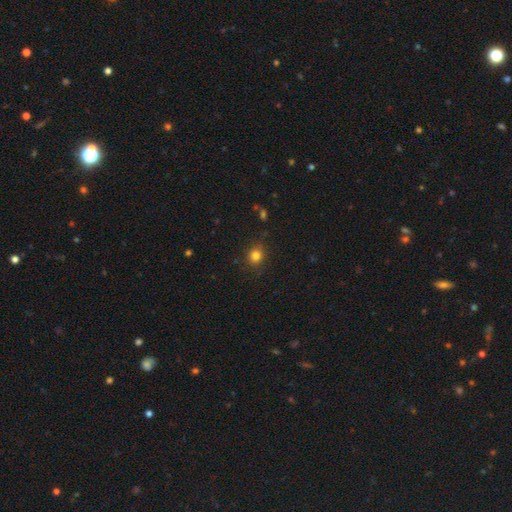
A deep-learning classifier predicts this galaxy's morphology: A smooth galaxy with no disk features (81%) that is round (80%). Merging: none (86%).